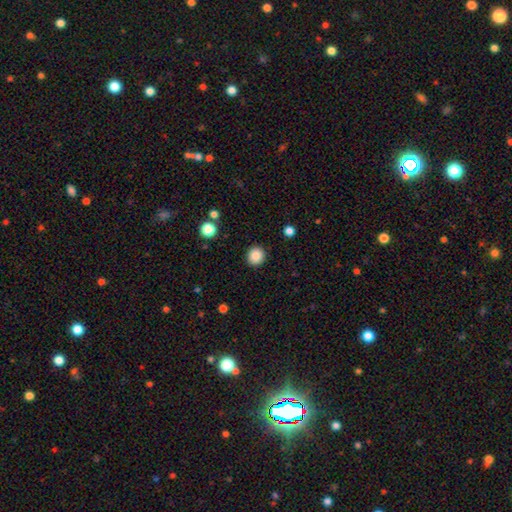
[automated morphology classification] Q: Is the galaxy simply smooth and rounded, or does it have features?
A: smooth — 86%.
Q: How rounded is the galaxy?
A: round — 87%.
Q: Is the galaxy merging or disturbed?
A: none — 91%.